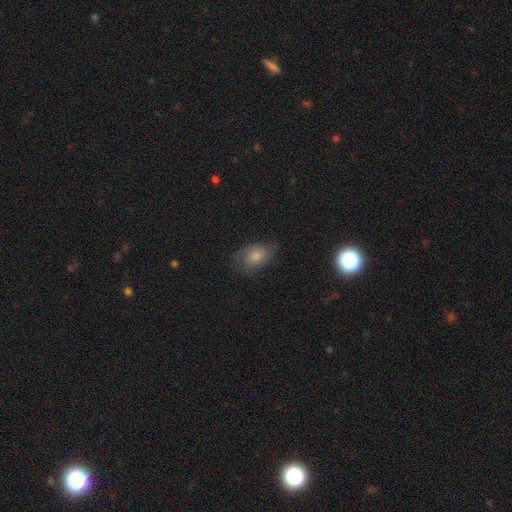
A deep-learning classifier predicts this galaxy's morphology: Smooth or featured? Predicted: featured or disk (p=0.44). Merging? Predicted: none (p=0.69).